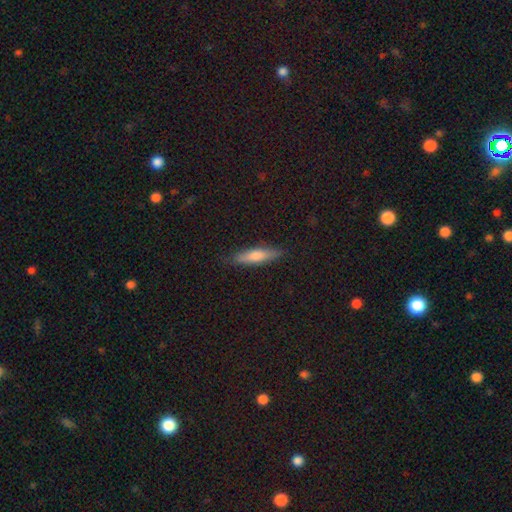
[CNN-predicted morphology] A smooth galaxy with no disk features (62%) that is cigar-shaped (76%).

Vote fractions:
- Smooth or featured? smooth: 62% / featured or disk: 31% / star or artifact: 7%
- How rounded? cigar-shaped: 76% / in between: 22% / round: 2%
- Merging? none: 88% / minor disturbance: 9% / major disturbance: 2% / merger: 1%